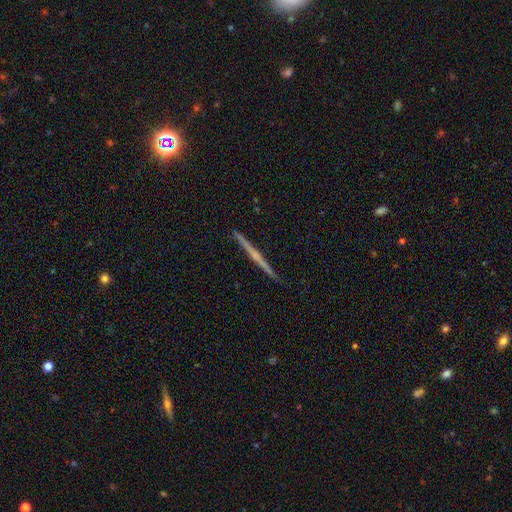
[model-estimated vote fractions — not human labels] A featured or disk galaxy (72%) viewed edge-on (98%) with no central bulge (47%).

Vote fractions:
- Smooth or featured? featured or disk: 72% / smooth: 22% / star or artifact: 6%
- Edge-on disk? yes: 98% / no: 2%
- Edge-on bulge? none: 47% / rounded: 45% / boxy: 8%
- Merging? none: 91% / minor disturbance: 6% / major disturbance: 1% / merger: 1%